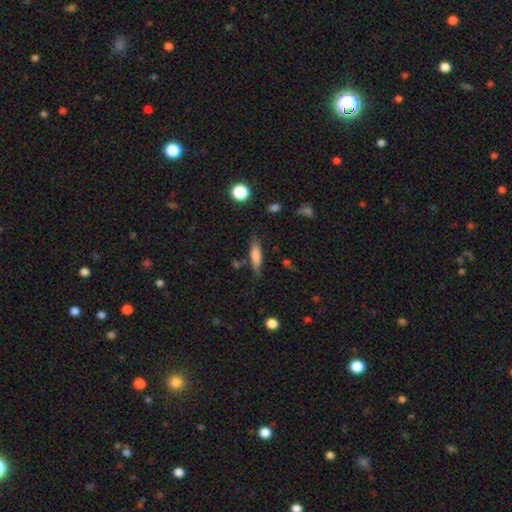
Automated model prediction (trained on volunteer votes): Smooth or featured?
  - smooth: 74% *
  - featured or disk: 18%
  - star or artifact: 8%
How rounded?
  - cigar-shaped: 61% *
  - in between: 37%
  - round: 2%
Merging?
  - none: 74% *
  - minor disturbance: 18%
  - major disturbance: 5%
  - merger: 3%